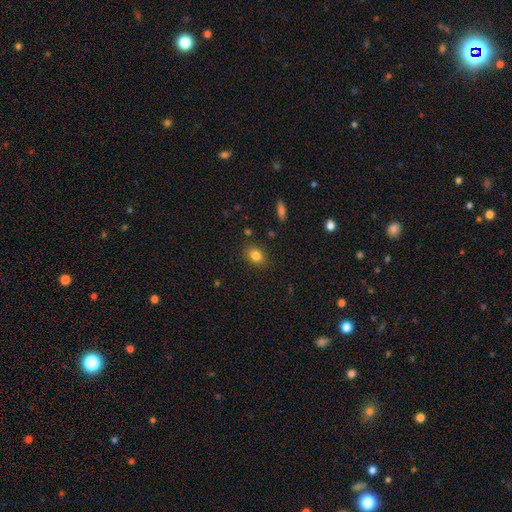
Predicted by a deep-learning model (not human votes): Q: Smooth or featured?
A: smooth (82%); runner-up: star or artifact (11%)
Q: How rounded?
A: in between (60%); runner-up: round (39%)
Q: Merging?
A: none (85%); runner-up: minor disturbance (10%)